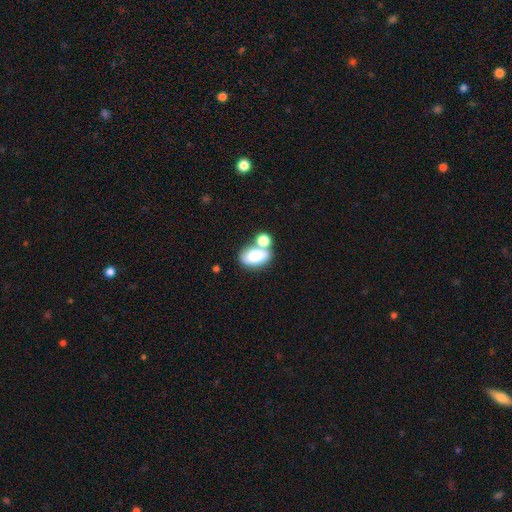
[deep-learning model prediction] smooth_or_featured: smooth (p=0.78) [alt: featured or disk p=0.13]
how_rounded: in between (p=0.88) [alt: round p=0.10]
merging: none (p=0.42) [alt: merger p=0.40]